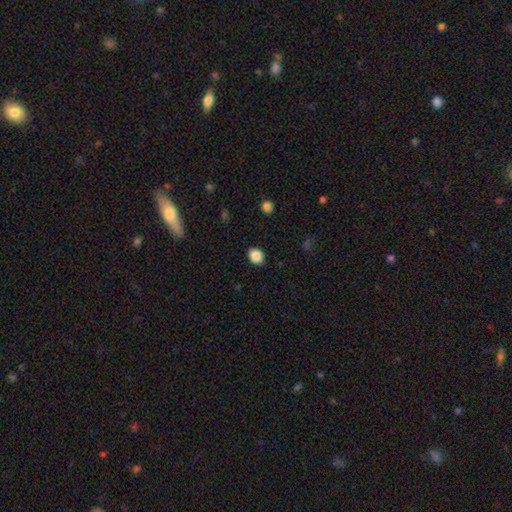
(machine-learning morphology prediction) Smooth or featured? smooth (88%)
How rounded? in between (53%)
Merging? none (89%)